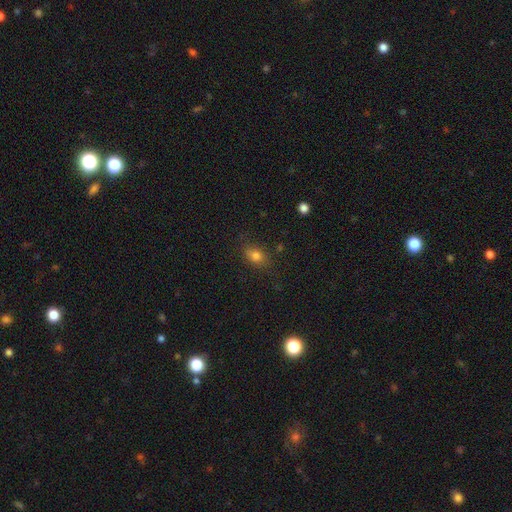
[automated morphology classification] type=smooth (78%); roundness=in between (69%); merging=none (77%).